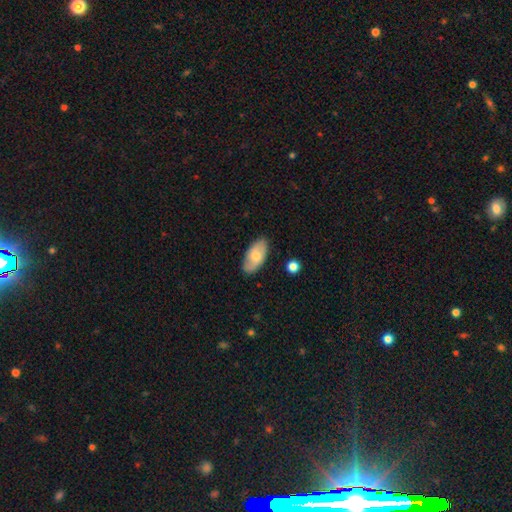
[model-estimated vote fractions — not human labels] Smooth or featured? Predicted: smooth (p=0.64). How rounded? Predicted: in between (p=0.94). Merging? Predicted: none (p=0.82).